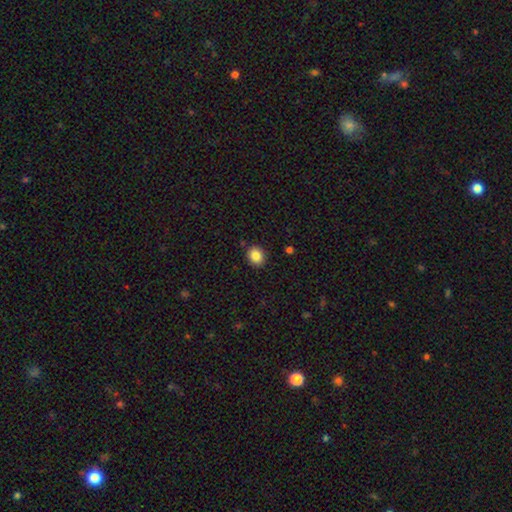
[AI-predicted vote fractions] smooth 85%, star or artifact 9%, featured or disk 5%. Down the decision tree: how rounded — round (64%); merging — none (88%).